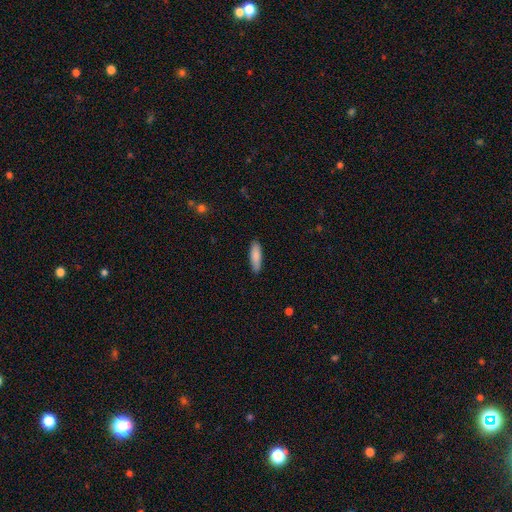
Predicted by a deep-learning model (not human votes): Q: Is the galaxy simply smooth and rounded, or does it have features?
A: smooth — 86%.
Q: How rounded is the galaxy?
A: cigar-shaped — 55%.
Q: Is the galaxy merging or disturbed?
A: none — 88%.